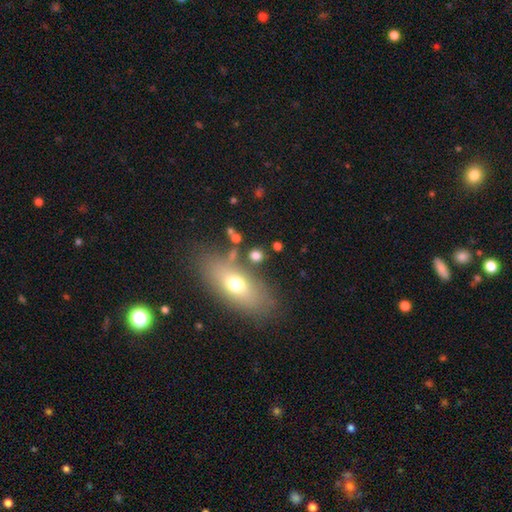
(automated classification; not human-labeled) Q: Smooth or featured?
A: smooth (69%); runner-up: featured or disk (18%)
Q: How rounded?
A: in between (46%); runner-up: round (42%)
Q: Merging?
A: none (71%); runner-up: minor disturbance (12%)